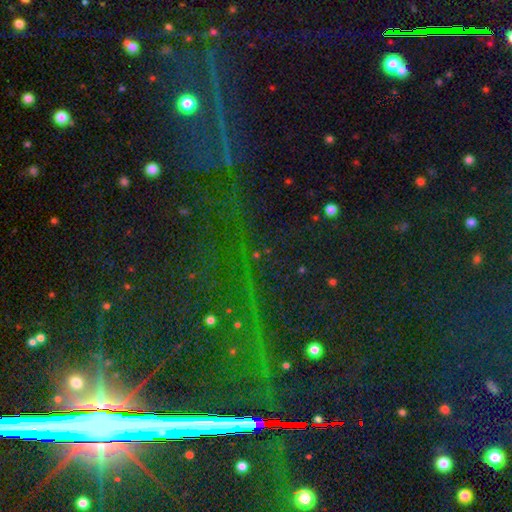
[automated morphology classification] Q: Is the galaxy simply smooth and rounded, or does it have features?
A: star or artifact — 75%.